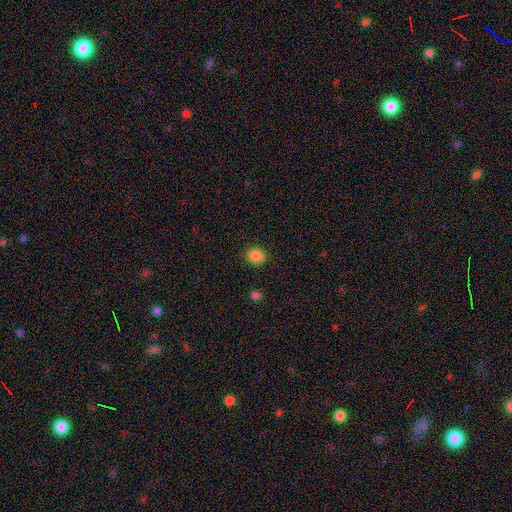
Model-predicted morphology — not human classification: smooth-or-featured: smooth: 86% | star or artifact: 10% | featured or disk: 4%
  how-rounded: round: 52% | in between: 47% | cigar-shaped: 1%
  merging: none: 88% | minor disturbance: 8% | major disturbance: 2% | merger: 1%